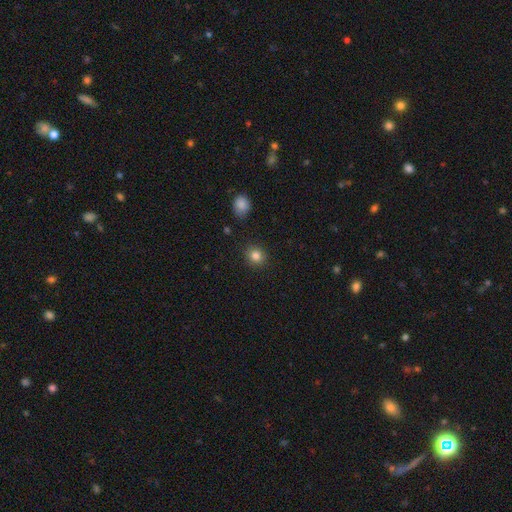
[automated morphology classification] The model was most divided on "how rounded": round: 84%, in between: 16%, cigar-shaped: 1%. More confident: merging — none (89%); smooth or featured — smooth (83%).